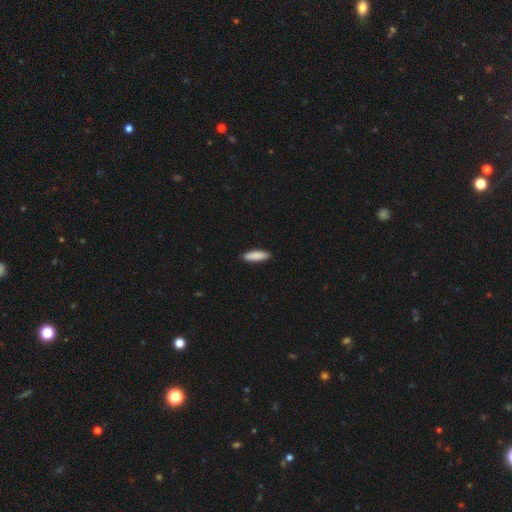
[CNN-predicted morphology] smooth-or-featured: smooth: 88% | featured or disk: 6% | star or artifact: 5%
  how-rounded: cigar-shaped: 61% | in between: 38% | round: 1%
  merging: none: 89% | minor disturbance: 8% | major disturbance: 2% | merger: 1%